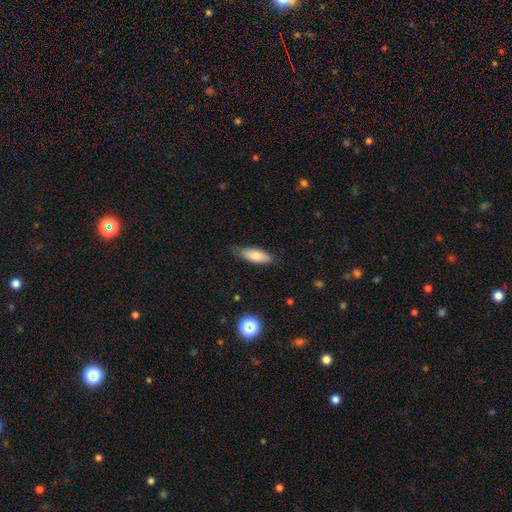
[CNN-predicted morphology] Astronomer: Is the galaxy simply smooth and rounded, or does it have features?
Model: smooth — 79%.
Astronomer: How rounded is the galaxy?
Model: in between — 72%.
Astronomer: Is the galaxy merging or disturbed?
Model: none — 75%.